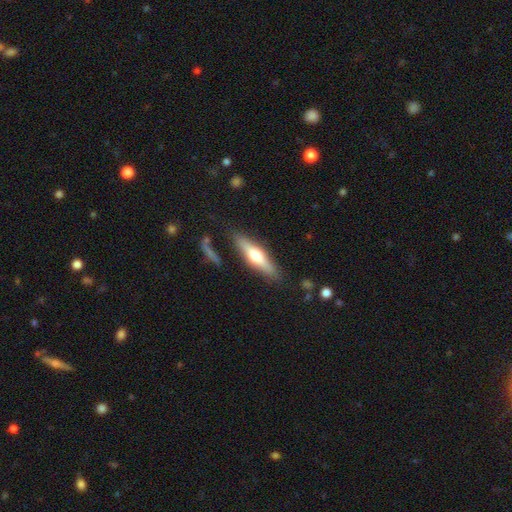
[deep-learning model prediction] Morphology: type=featured or disk (50%); merging=none (83%).